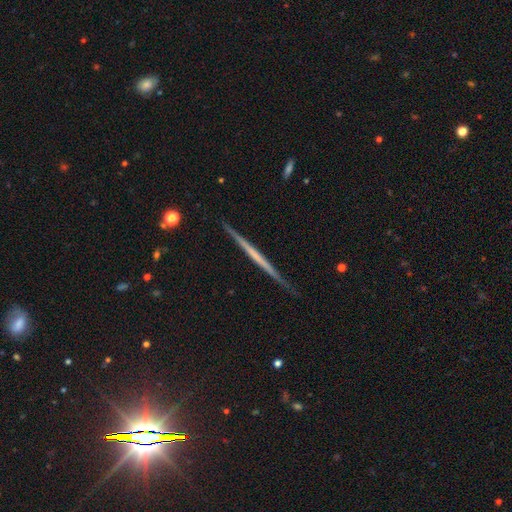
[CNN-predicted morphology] smooth_or_featured: featured or disk (p=0.67) [alt: smooth p=0.27]
disk_edge_on: yes (p=0.98) [alt: no p=0.02]
edge_on_bulge: none (p=0.87) [alt: rounded p=0.07]
merging: none (p=0.89) [alt: minor disturbance p=0.08]